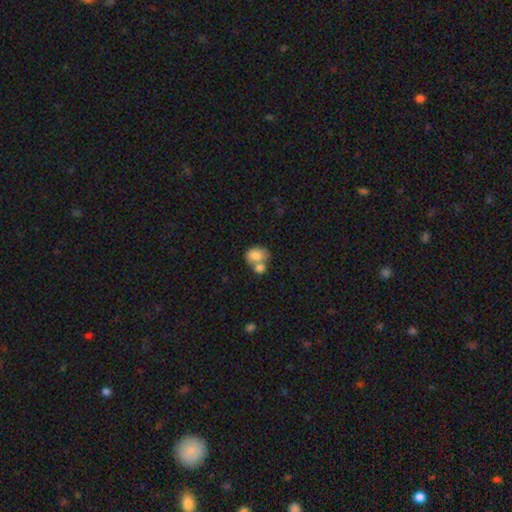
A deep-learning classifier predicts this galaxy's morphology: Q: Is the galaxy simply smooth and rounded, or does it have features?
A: smooth — 79%.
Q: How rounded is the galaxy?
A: in between — 57%.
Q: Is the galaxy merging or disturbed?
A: merger — 56%.